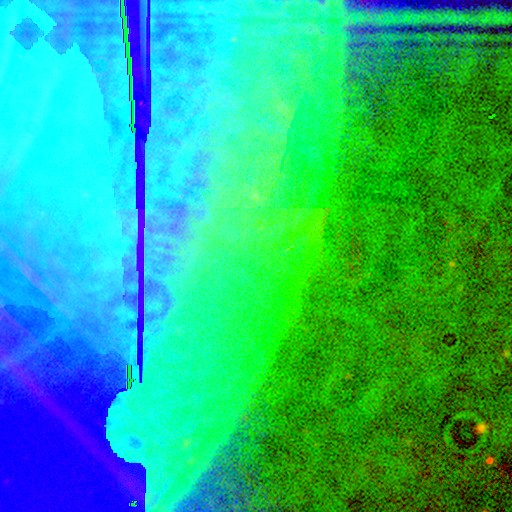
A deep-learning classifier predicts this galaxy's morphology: This is likely a star or artifact rather than a galaxy (78%).